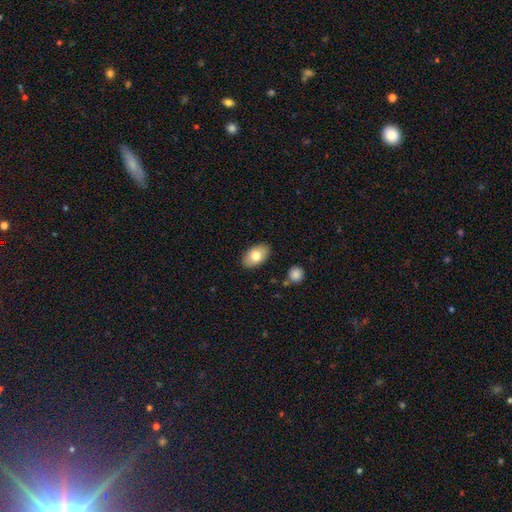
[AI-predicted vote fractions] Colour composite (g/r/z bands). It shows a smooth galaxy with no disk features (76%) that is in between round and cigar-shaped (92%). Merging: none (87%).